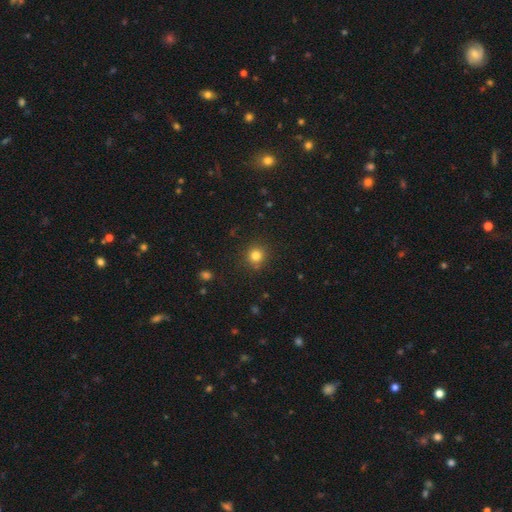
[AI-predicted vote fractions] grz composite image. It shows a smooth galaxy with no disk features (81%) that is round (91%). Merging: none (87%).